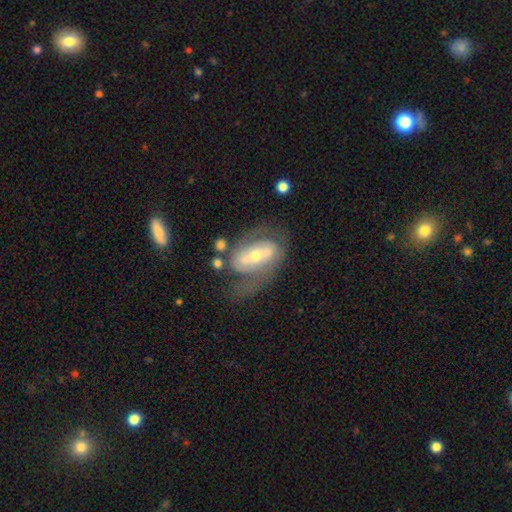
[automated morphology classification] smooth-or-featured: featured or disk: 74% | smooth: 20% | star or artifact: 6%
  disk-edge-on: no: 93% | yes: 7%
    bar: strong: 44% | weak: 30% | no: 27%
    has-spiral-arms: yes: 76% | no: 24%
      spiral-winding: medium: 43% | tight: 32% | loose: 25%
      spiral-arm-count: 2: 74% | can't tell: 15% | 1: 7% | 3: 2% | 4: 1% | more than 4: 1%
    bulge-size: small: 51% | moderate: 43% | large: 4% | none: 1% | dominant: 1%
  merging: none: 50% | major disturbance: 24% | minor disturbance: 20% | merger: 6%